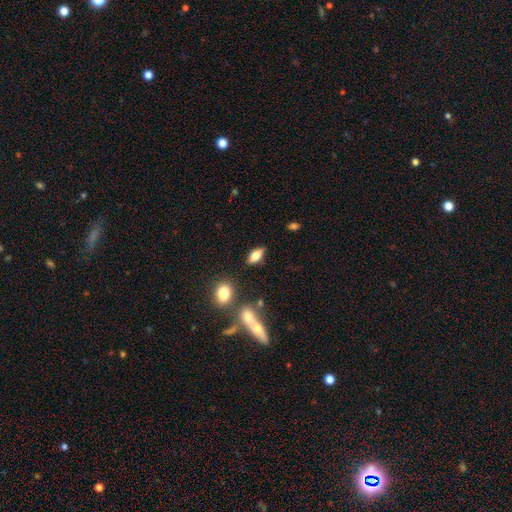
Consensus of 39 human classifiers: smooth-or-featured: smooth: 62% | featured or disk: 31% | star or artifact: 8%
  how-rounded: in between: 75% | round: 17% | cigar-shaped: 8%
  merging: none: 61% | minor disturbance: 22% | merger: 17% | major disturbance: 0%